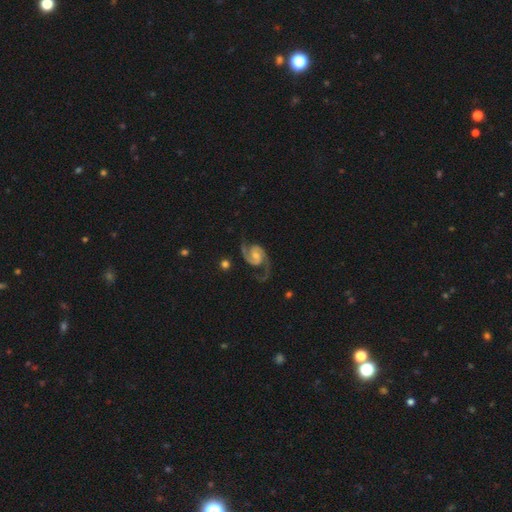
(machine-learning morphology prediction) smooth-or-featured: featured or disk: 93% | star or artifact: 4% | smooth: 3%
  disk-edge-on: no: 98% | yes: 2%
    bar: no: 48% | weak: 41% | strong: 11%
    has-spiral-arms: yes: 98% | no: 2%
      spiral-winding: medium: 59% | loose: 23% | tight: 18%
      spiral-arm-count: 2: 94% | can't tell: 1% | 1: 1% | 3: 1% | 4: 1% | more than 4: 1%
    bulge-size: small: 48% | moderate: 39% | none: 8% | large: 4% | dominant: 1%
  merging: none: 75% | minor disturbance: 15% | major disturbance: 8% | merger: 2%